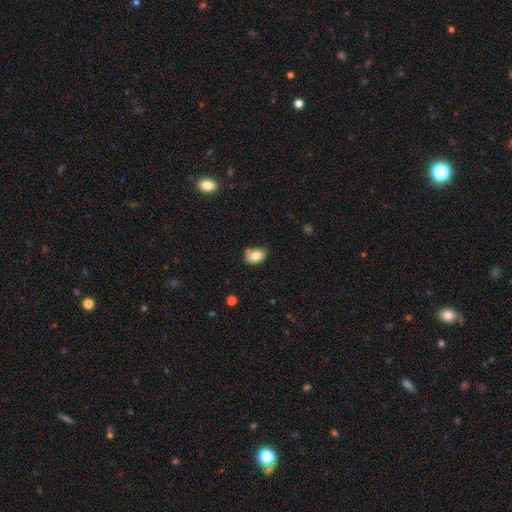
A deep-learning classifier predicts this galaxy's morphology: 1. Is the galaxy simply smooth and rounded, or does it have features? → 79% smooth, 12% featured or disk, 9% star or artifact.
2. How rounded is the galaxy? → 81% in between, 18% round, 1% cigar-shaped.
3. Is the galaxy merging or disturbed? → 59% none, 24% minor disturbance, 11% merger, 6% major disturbance.